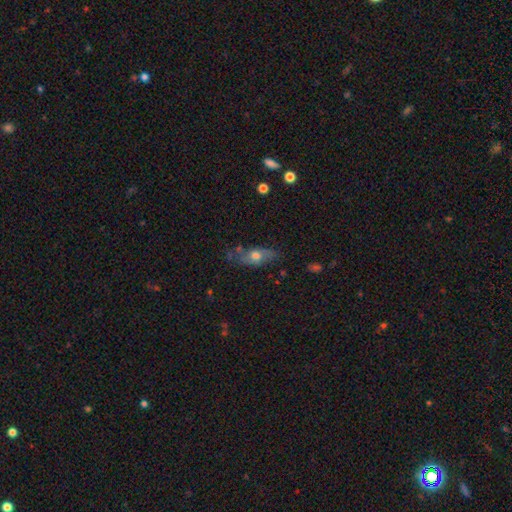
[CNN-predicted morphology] smooth-or-featured: smooth: 50% | featured or disk: 41% | star or artifact: 9%
  merging: none: 65% | minor disturbance: 23% | major disturbance: 7% | merger: 5%